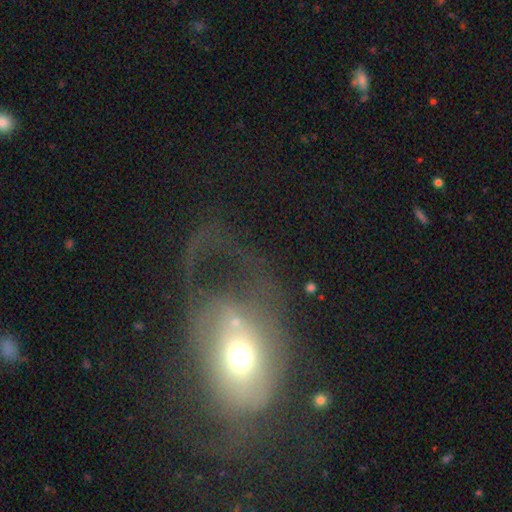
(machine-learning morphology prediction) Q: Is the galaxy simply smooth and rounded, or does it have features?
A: featured or disk — 47%.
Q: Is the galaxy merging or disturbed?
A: major disturbance — 55%.